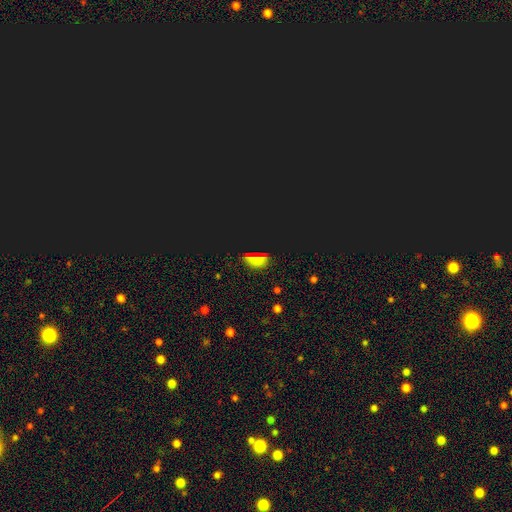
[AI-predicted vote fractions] Smooth or featured?
  - smooth: 50% *
  - star or artifact: 43%
  - featured or disk: 7%
Merging?
  - none: 84% *
  - minor disturbance: 10%
  - major disturbance: 3%
  - merger: 2%